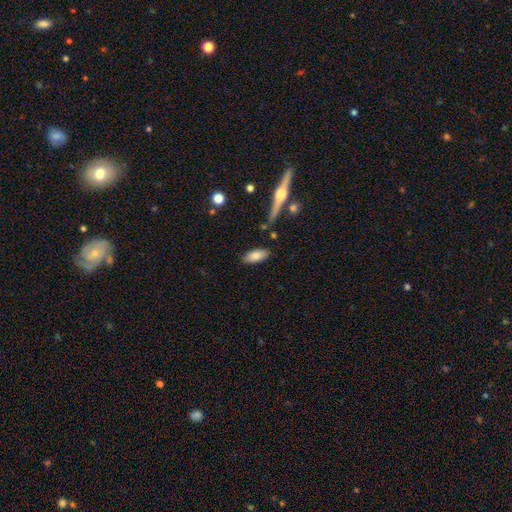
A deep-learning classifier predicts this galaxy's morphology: Smooth or featured: smooth — 83% (featured or disk — 10%)
How rounded: in between — 85% (cigar-shaped — 13%)
Merging: none — 82% (minor disturbance — 12%)